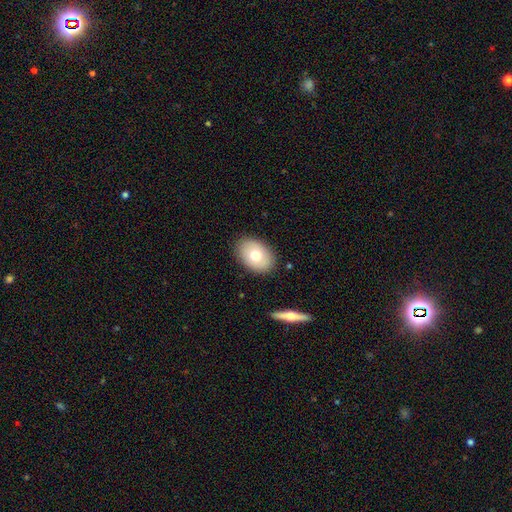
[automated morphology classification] This appears to be a smooth galaxy with no disk features (71%) that is in between round and cigar-shaped (81%). Merging: none (86%).